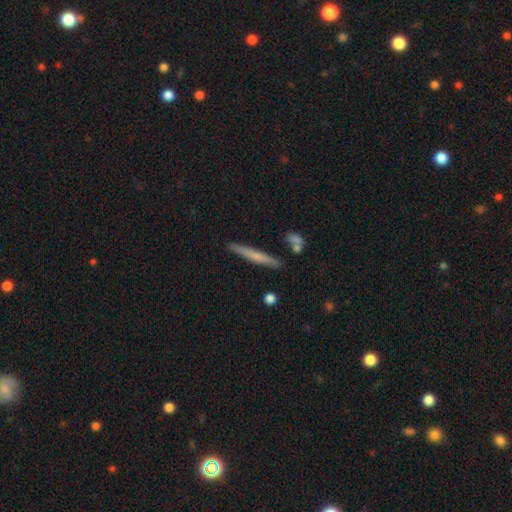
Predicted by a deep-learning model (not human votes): A smooth galaxy with no disk features (55%) that is cigar-shaped (96%). Merging: none (87%).